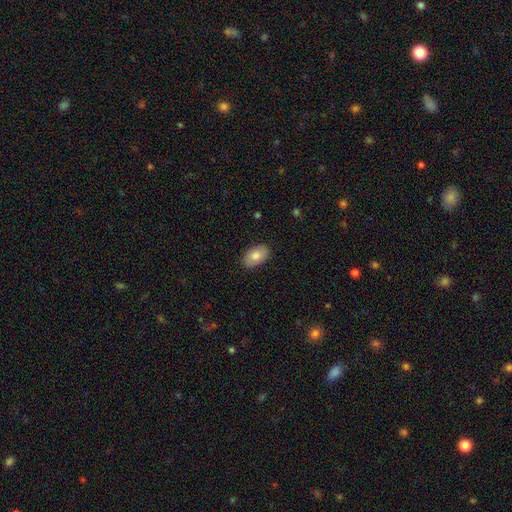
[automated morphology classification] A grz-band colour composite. It shows a smooth galaxy with no disk features (81%) that is in between round and cigar-shaped (92%). Merging: none (86%).